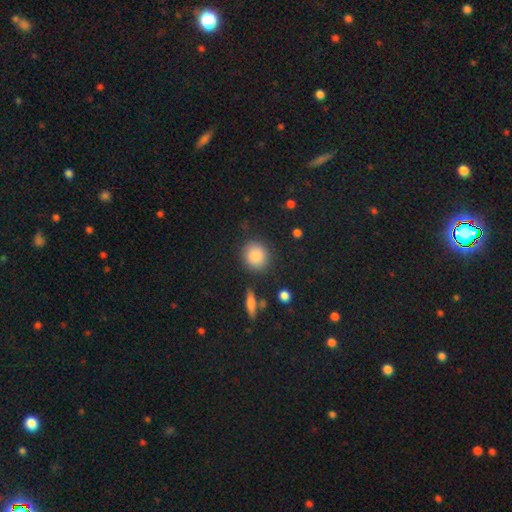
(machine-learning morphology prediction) Smooth or featured? Predicted: smooth (p=0.86). How rounded? Predicted: round (p=0.83). Merging? Predicted: none (p=0.84).